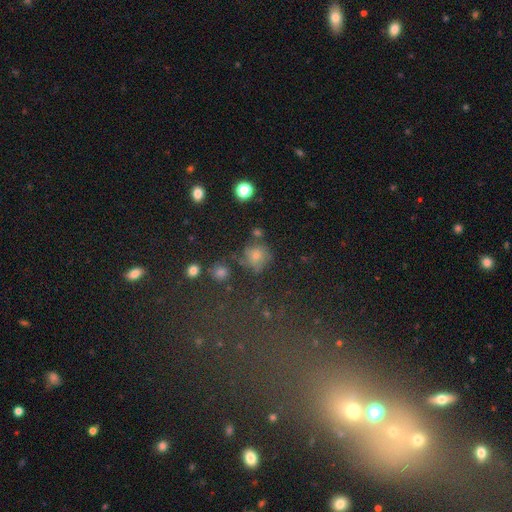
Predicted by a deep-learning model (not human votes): smooth 58%, star or artifact 24%, featured or disk 19%. Down the decision tree: how rounded — round (86%); merging — none (68%).